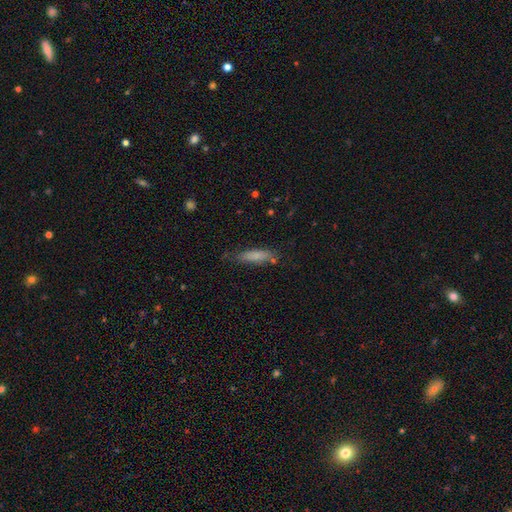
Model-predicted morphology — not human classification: smooth-or-featured: smooth: 79% | featured or disk: 13% | star or artifact: 8%
  how-rounded: cigar-shaped: 74% | in between: 25% | round: 2%
  merging: none: 73% | minor disturbance: 19% | major disturbance: 5% | merger: 4%